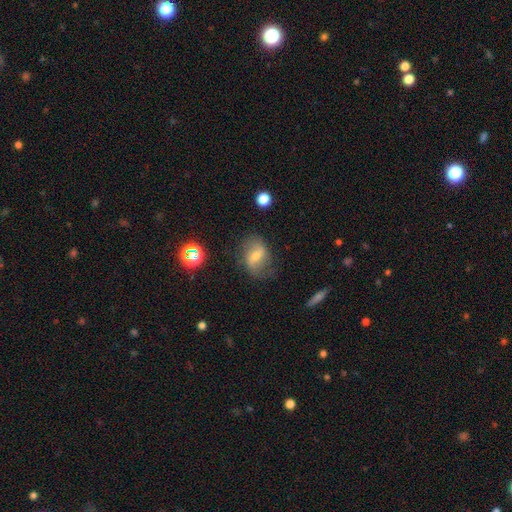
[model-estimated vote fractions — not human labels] Smooth or featured? featured or disk (54%)
Edge-on disk? no (94%)
Bar? weak (46%)
Spiral arms? yes (77%)
Bulge size? moderate (49%)
Merging? none (67%)